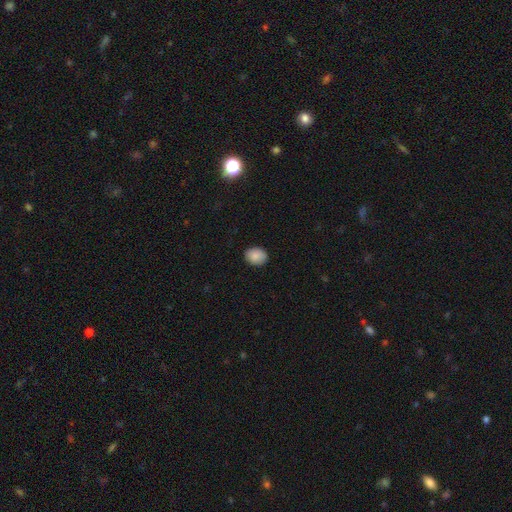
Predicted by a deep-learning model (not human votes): Smooth or featured: smooth — 88% (star or artifact — 8%)
How rounded: round — 52% (in between — 48%)
Merging: none — 88% (minor disturbance — 9%)